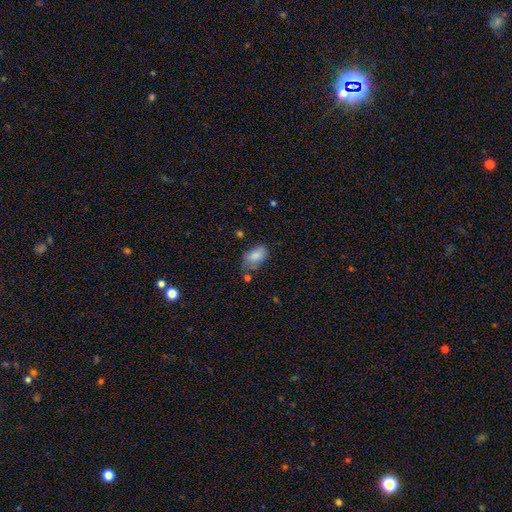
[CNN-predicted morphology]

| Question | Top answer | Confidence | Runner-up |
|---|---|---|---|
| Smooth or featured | smooth | 84% | featured or disk (9%) |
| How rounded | in between | 92% | round (6%) |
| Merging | none | 57% | minor disturbance (28%) |